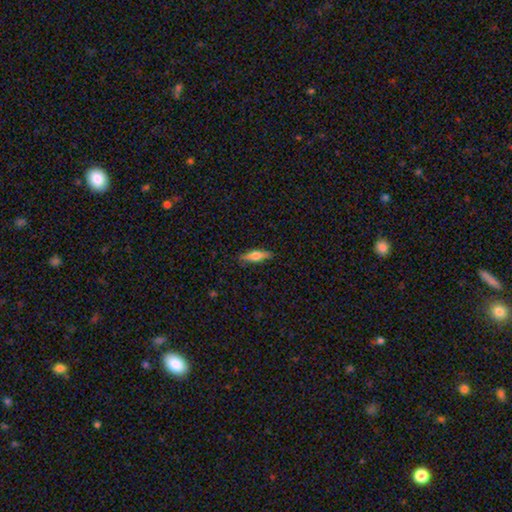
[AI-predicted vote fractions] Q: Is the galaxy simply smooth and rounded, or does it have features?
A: smooth — 53%.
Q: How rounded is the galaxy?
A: cigar-shaped — 64%.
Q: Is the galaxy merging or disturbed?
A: none — 87%.